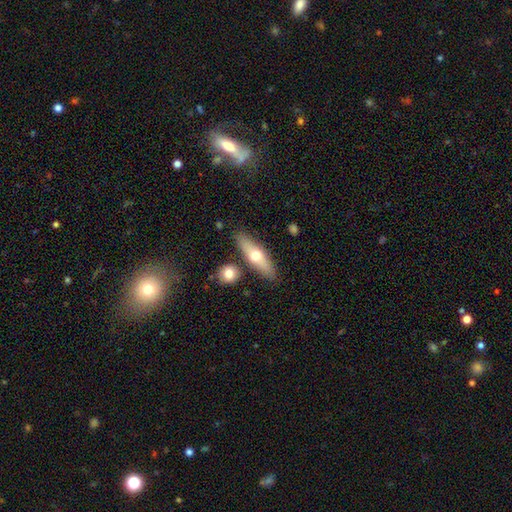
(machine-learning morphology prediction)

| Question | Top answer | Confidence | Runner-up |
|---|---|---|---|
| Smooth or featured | smooth | 54% | featured or disk (40%) |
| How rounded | cigar-shaped | 58% | in between (38%) |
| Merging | none | 80% | minor disturbance (10%) |